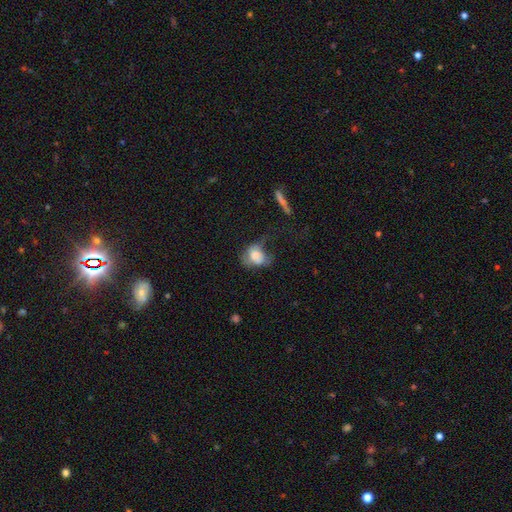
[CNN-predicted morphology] Smooth or featured? Predicted: smooth (p=0.68). How rounded? Predicted: in between (p=0.62). Merging? Predicted: major disturbance (p=0.38).